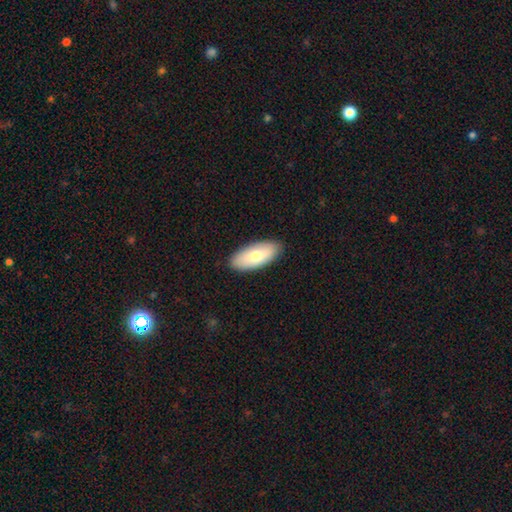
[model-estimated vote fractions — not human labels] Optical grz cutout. It shows a smooth galaxy with no disk features (74%) that is in between round and cigar-shaped (88%). Merging: none (88%).